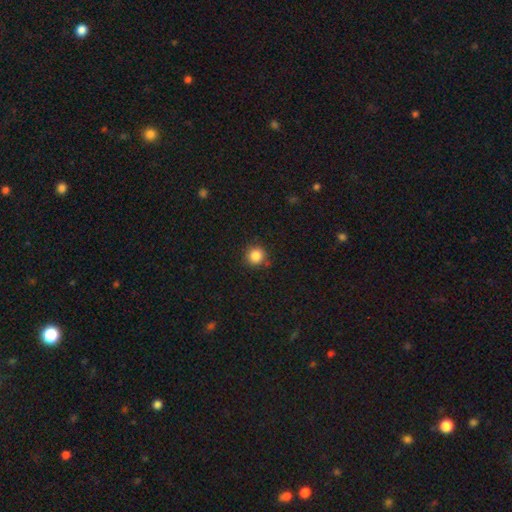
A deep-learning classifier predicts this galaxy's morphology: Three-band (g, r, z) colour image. It shows a smooth galaxy with no disk features (85%) that is round (94%). Merging: none (89%).